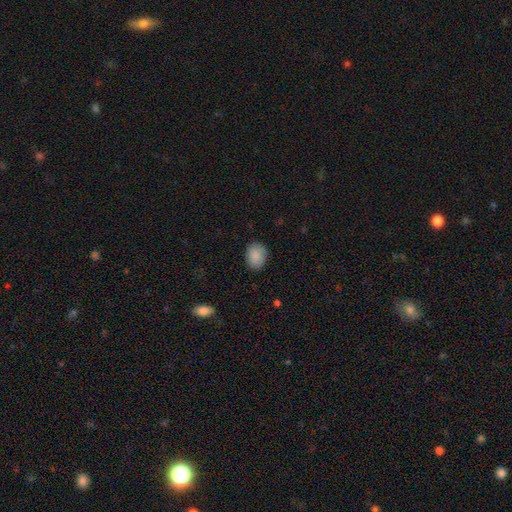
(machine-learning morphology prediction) type=smooth (88%); roundness=in between (59%); merging=none (84%).